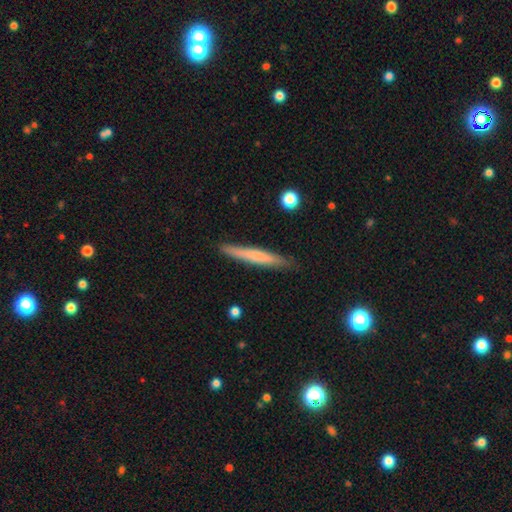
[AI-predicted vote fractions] Smooth or featured?
  - smooth: 61% *
  - featured or disk: 33%
  - star or artifact: 6%
How rounded?
  - cigar-shaped: 96% *
  - in between: 3%
  - round: 1%
Merging?
  - none: 87% *
  - minor disturbance: 10%
  - major disturbance: 2%
  - merger: 1%